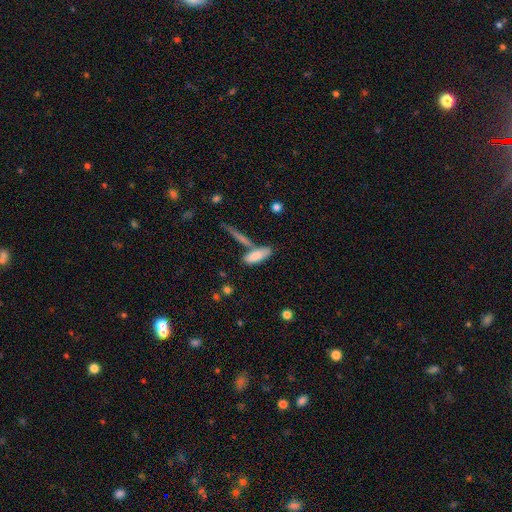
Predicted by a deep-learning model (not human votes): smooth 78%, featured or disk 15%, star or artifact 7%. Down the decision tree: how rounded — in between (58%); merging — none (47%).